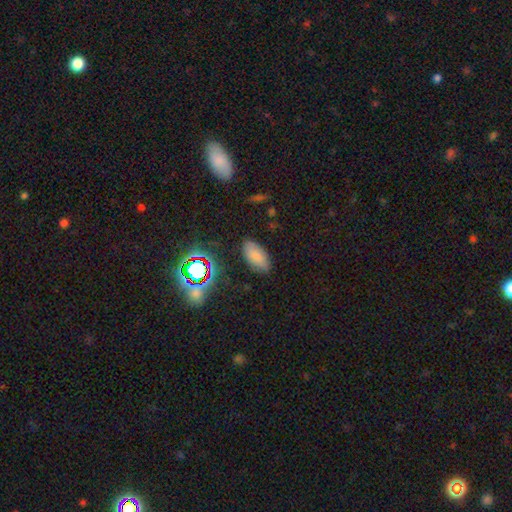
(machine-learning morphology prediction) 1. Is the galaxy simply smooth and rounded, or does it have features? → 78% smooth, 13% star or artifact, 8% featured or disk.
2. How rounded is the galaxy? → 93% in between, 4% cigar-shaped, 3% round.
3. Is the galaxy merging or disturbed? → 84% none, 11% minor disturbance, 3% major disturbance, 2% merger.